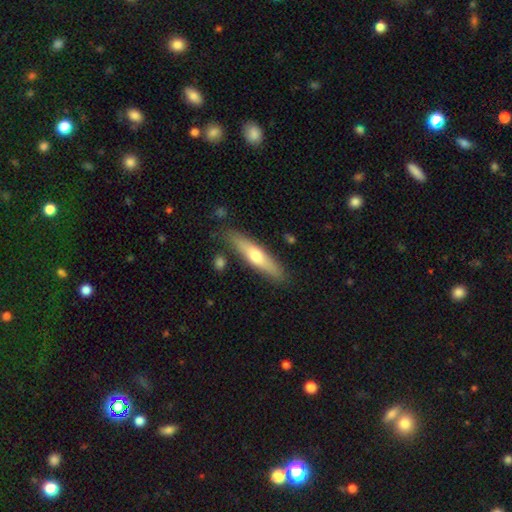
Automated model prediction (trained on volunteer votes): smooth_or_featured: smooth (p=0.53) [alt: featured or disk p=0.41]
how_rounded: cigar-shaped (p=0.80) [alt: in between p=0.18]
merging: none (p=0.84) [alt: minor disturbance p=0.11]